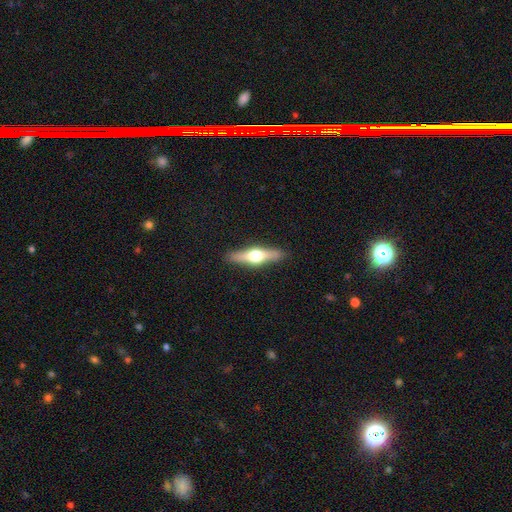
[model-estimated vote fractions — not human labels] A featured or disk galaxy (62%) viewed edge-on (95%) with a rounded central bulge (95%).

Vote fractions:
- Smooth or featured? featured or disk: 62% / smooth: 33% / star or artifact: 6%
- Edge-on disk? yes: 95% / no: 5%
- Edge-on bulge? rounded: 95% / boxy: 3% / none: 2%
- Merging? none: 89% / minor disturbance: 8% / major disturbance: 2% / merger: 1%